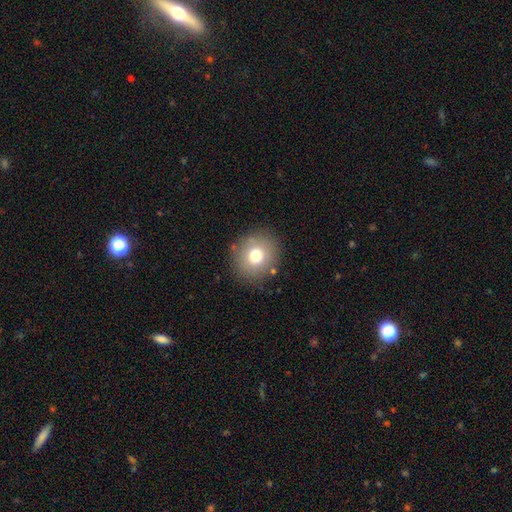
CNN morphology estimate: type=smooth (74%); roundness=round (86%); merging=none (85%).